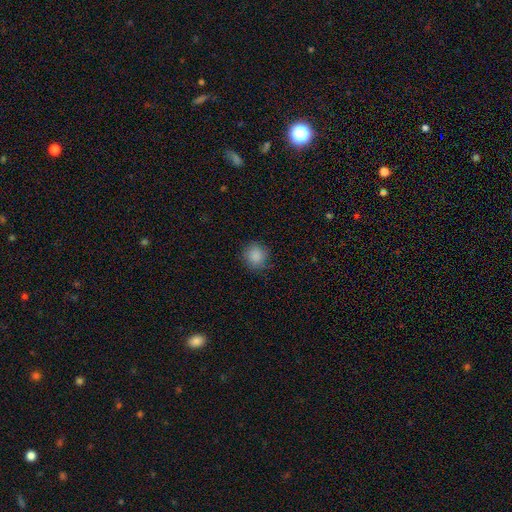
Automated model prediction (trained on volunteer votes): The model was most divided on "merging": none: 85%, minor disturbance: 11%, major disturbance: 3%, merger: 1%. More confident: how rounded — round (88%); smooth or featured — smooth (87%).